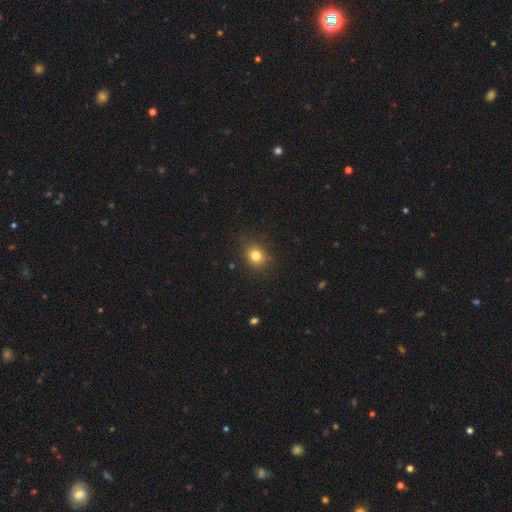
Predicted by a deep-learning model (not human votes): Smooth or featured?
  - smooth: 79% *
  - star or artifact: 13%
  - featured or disk: 8%
How rounded?
  - round: 65% *
  - in between: 34%
  - cigar-shaped: 1%
Merging?
  - none: 84% *
  - minor disturbance: 12%
  - major disturbance: 3%
  - merger: 1%